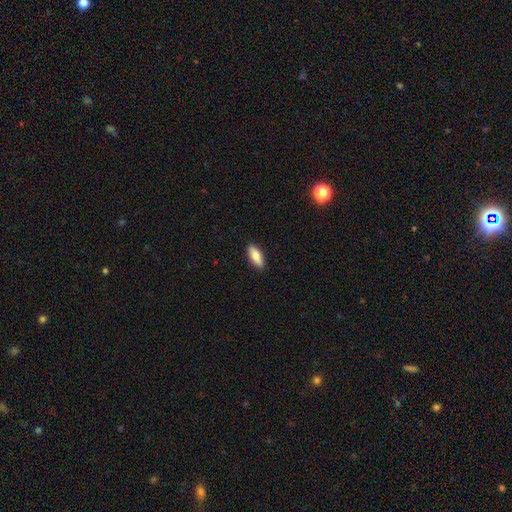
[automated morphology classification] smooth-or-featured: smooth: 80% | featured or disk: 14% | star or artifact: 6%
  how-rounded: in between: 70% | cigar-shaped: 28% | round: 2%
  merging: none: 90% | minor disturbance: 8% | major disturbance: 2% | merger: 1%